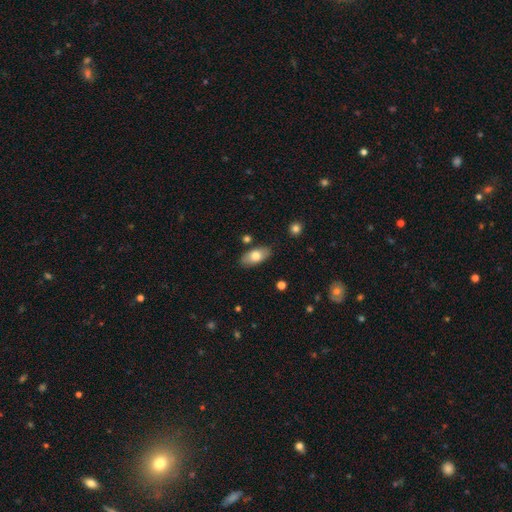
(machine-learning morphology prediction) Smooth or featured? smooth (75%)
How rounded? in between (91%)
Merging? none (84%)